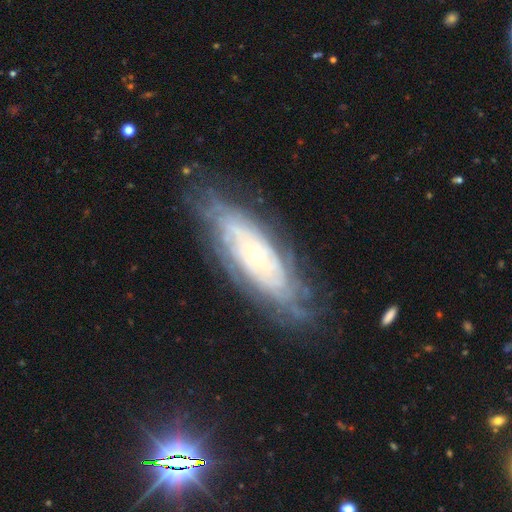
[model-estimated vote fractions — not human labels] This appears to be a featured or disk galaxy (79%) with no bar (81%), tight (81%) spiral arms (91%) and a small central bulge (82%). Merging: none (76%).